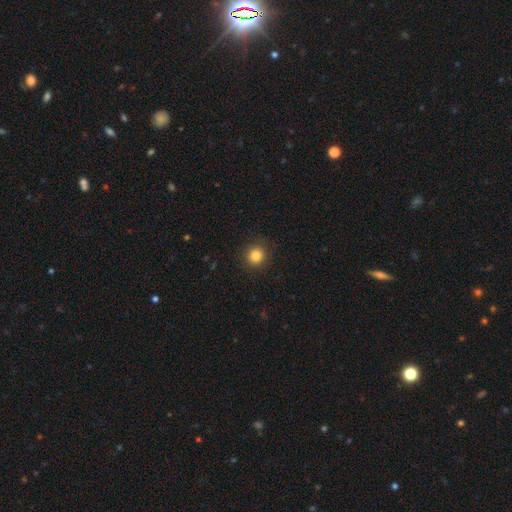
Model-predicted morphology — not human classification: smooth-or-featured: smooth: 83% | star or artifact: 12% | featured or disk: 5%
  how-rounded: round: 92% | in between: 7% | cigar-shaped: 1%
  merging: none: 90% | minor disturbance: 6% | major disturbance: 2% | merger: 1%